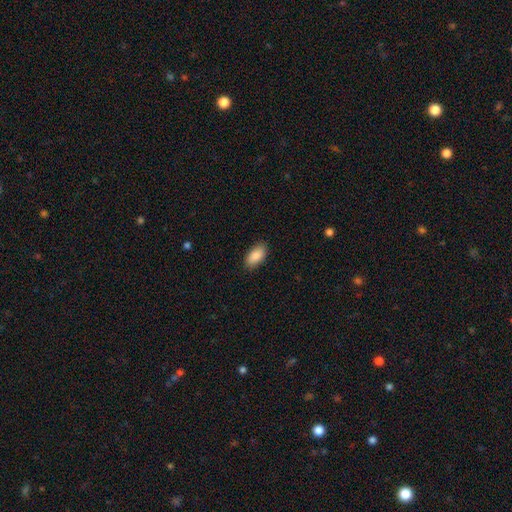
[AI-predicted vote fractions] This is clearly a smooth galaxy (89%). How rounded: clearly in between (93%). Merging: clearly none (87%).